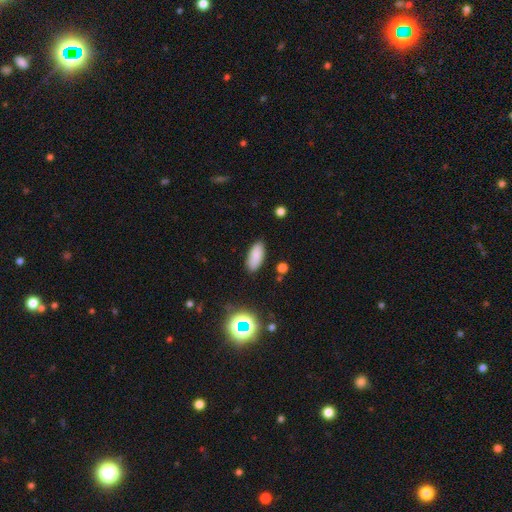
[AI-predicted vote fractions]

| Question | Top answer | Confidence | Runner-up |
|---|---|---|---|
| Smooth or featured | smooth | 84% | star or artifact (10%) |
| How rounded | in between | 86% | cigar-shaped (12%) |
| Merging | none | 84% | minor disturbance (12%) |